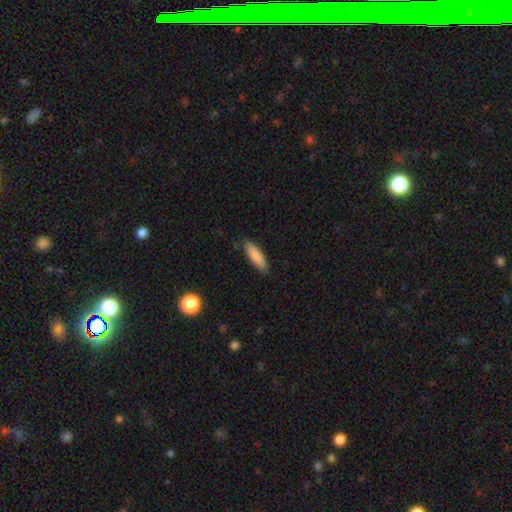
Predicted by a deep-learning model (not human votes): Q: Smooth or featured?
A: smooth (86%); runner-up: featured or disk (8%)
Q: How rounded?
A: cigar-shaped (59%); runner-up: in between (40%)
Q: Merging?
A: none (82%); runner-up: minor disturbance (14%)